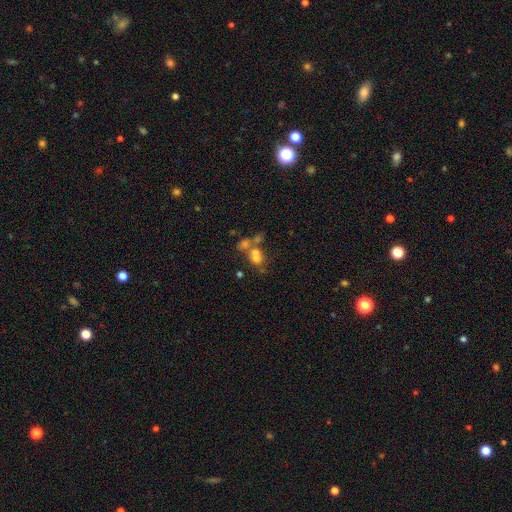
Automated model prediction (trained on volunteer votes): Overall: smooth (61%; featured or disk 23%). How rounded: in between (55%; round 43%). Merging: merger (58%; none 26%).